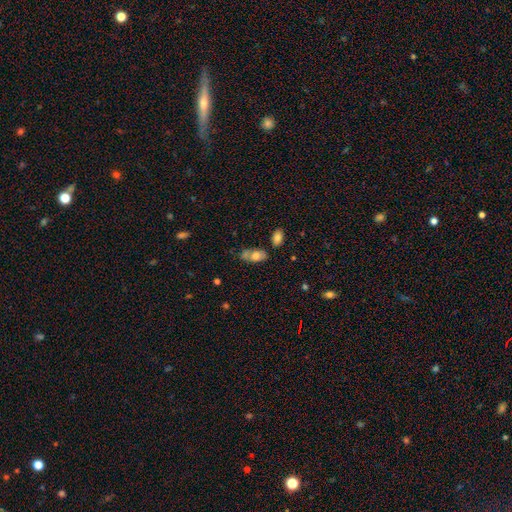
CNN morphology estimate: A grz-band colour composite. It shows a smooth galaxy with no disk features (65%) that is in between round and cigar-shaped (89%). Merging: none (51%).